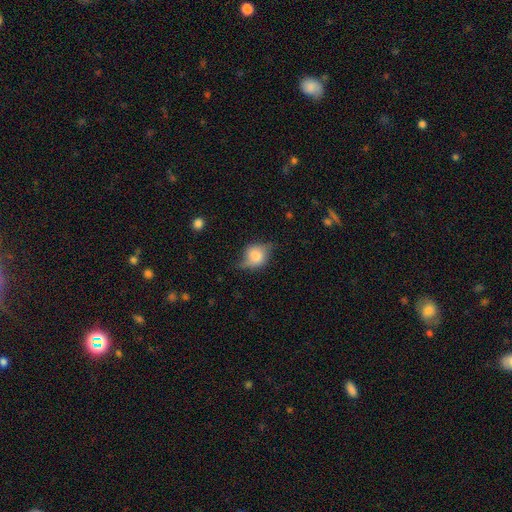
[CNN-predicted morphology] Smooth or featured? smooth (57%)
How rounded? round (58%)
Merging? none (50%)